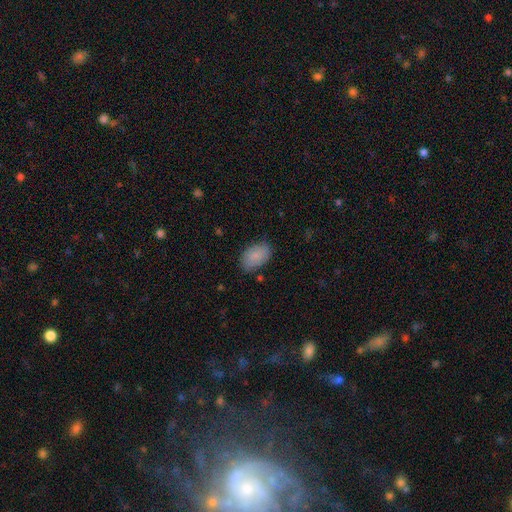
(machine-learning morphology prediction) smooth-or-featured: smooth: 85% | featured or disk: 8% | star or artifact: 7%
  how-rounded: in between: 91% | round: 8% | cigar-shaped: 1%
  merging: none: 80% | minor disturbance: 16% | major disturbance: 3% | merger: 2%